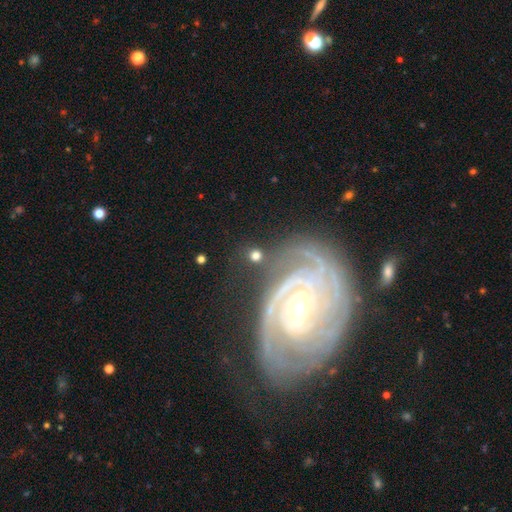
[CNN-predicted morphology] This is possibly a smooth galaxy (58%). How rounded: clearly round (80%). Merging: likely none (78%).